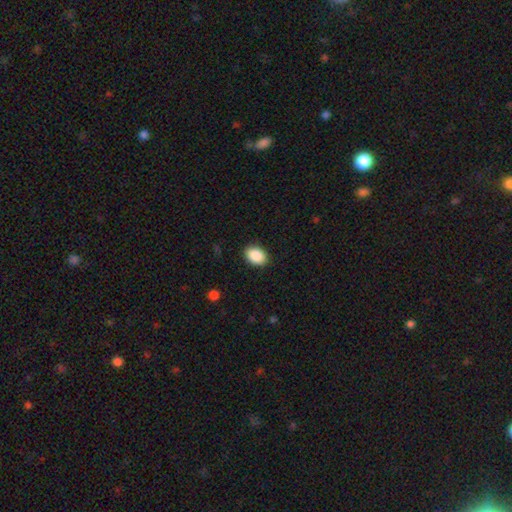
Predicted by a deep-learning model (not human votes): Q: Smooth or featured?
A: smooth (89%); runner-up: star or artifact (7%)
Q: How rounded?
A: in between (80%); runner-up: round (19%)
Q: Merging?
A: none (89%); runner-up: minor disturbance (8%)